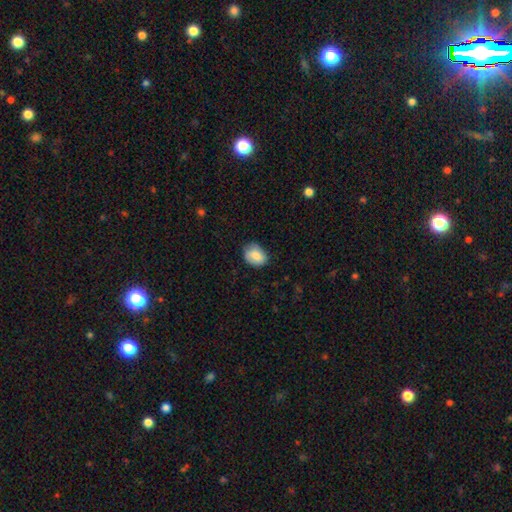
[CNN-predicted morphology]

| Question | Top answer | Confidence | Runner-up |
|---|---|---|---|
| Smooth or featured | smooth | 81% | featured or disk (12%) |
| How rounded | in between | 60% | round (39%) |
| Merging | none | 69% | minor disturbance (25%) |